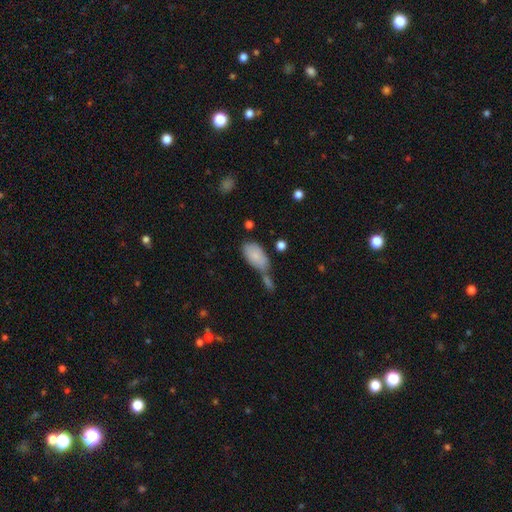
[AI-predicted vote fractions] Morphology: type=smooth (83%); roundness=in between (93%); merging=none (44%).